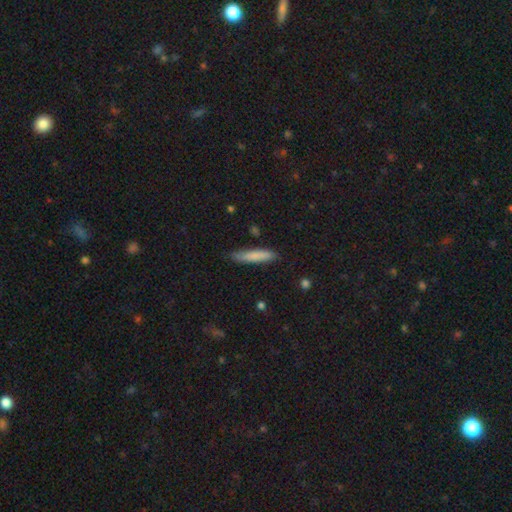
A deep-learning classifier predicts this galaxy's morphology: This is likely a smooth galaxy (79%). How rounded: clearly cigar-shaped (86%). Merging: likely none (80%).